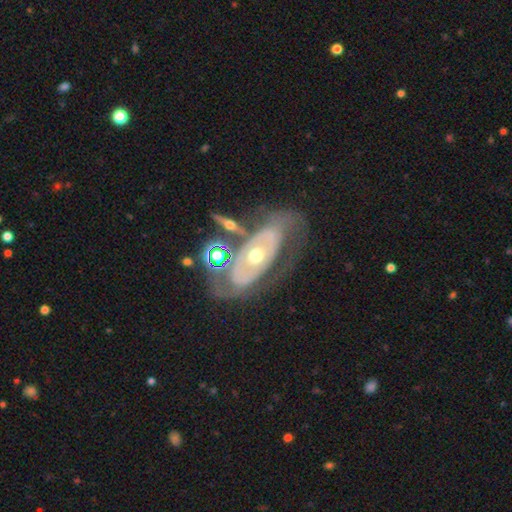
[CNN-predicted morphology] This appears to be a featured or disk galaxy (74%) with no bar (82%), no spiral arms (57%) and a moderate central bulge (72%). Merging: none (53%).